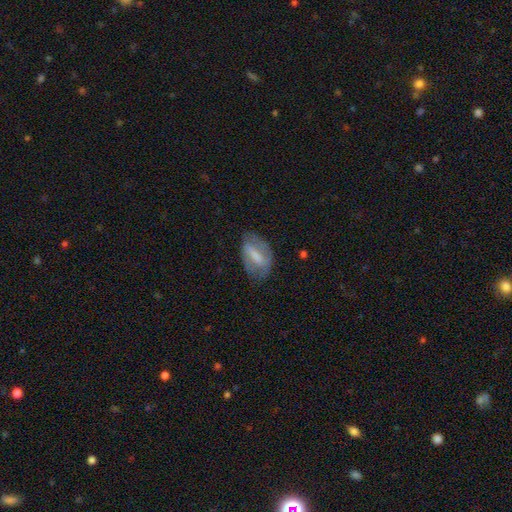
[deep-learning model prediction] Smooth or featured? smooth (48%)
Merging? none (63%)